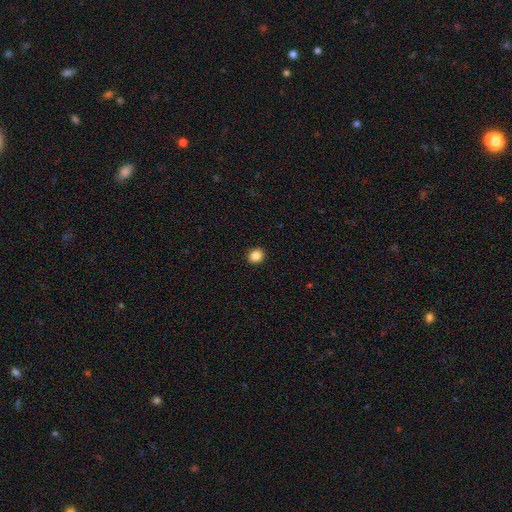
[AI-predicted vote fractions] Smooth or featured? smooth (87%)
How rounded? round (77%)
Merging? none (92%)